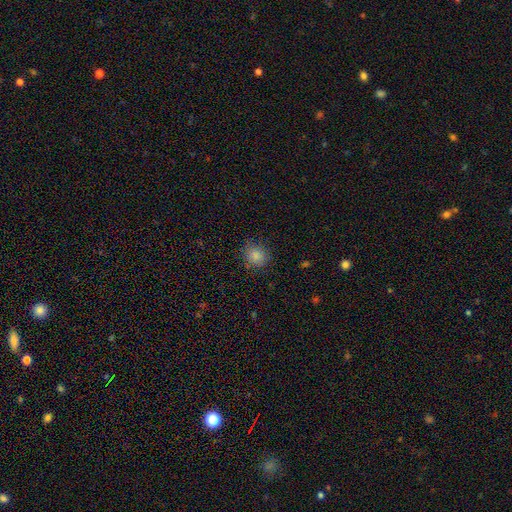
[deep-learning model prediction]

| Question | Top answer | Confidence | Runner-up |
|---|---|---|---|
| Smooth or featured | smooth | 84% | star or artifact (11%) |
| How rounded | round | 83% | in between (16%) |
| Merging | none | 84% | minor disturbance (11%) |